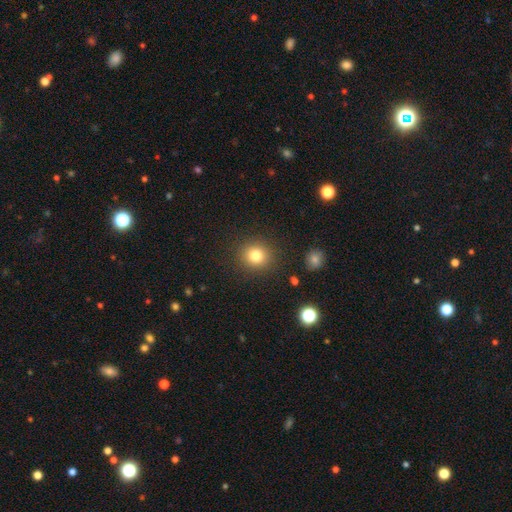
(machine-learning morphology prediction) This appears to be a smooth galaxy with no disk features (81%) that is round (87%). Merging: none (88%).